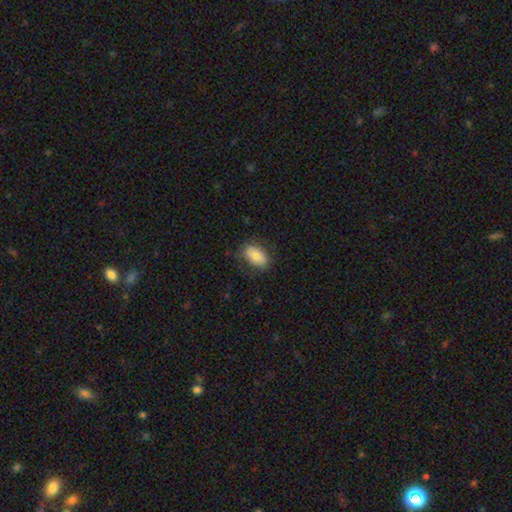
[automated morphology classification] A smooth galaxy with no disk features (82%) that is in between round and cigar-shaped (91%). Merging: none (78%).